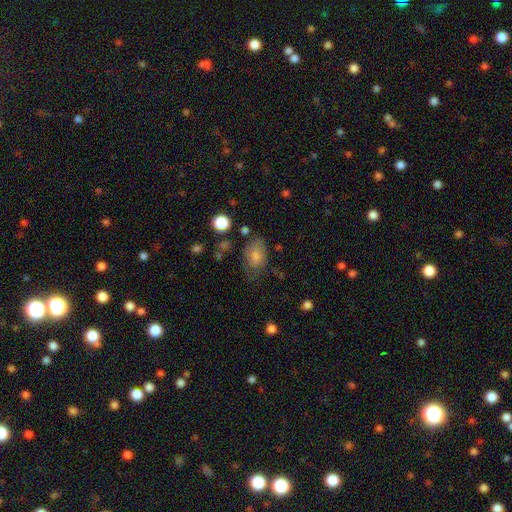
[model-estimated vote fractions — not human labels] Q: Smooth or featured?
A: smooth (74%); runner-up: featured or disk (17%)
Q: How rounded?
A: in between (80%); runner-up: round (18%)
Q: Merging?
A: none (51%); runner-up: minor disturbance (29%)